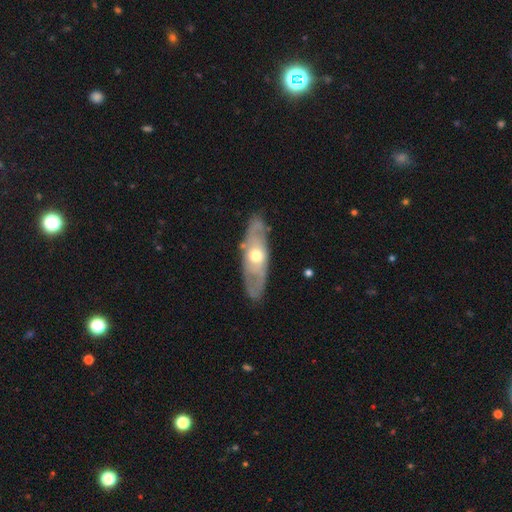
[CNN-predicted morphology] type=featured or disk (61%); edge-on=no (71%); merging=none (82%).